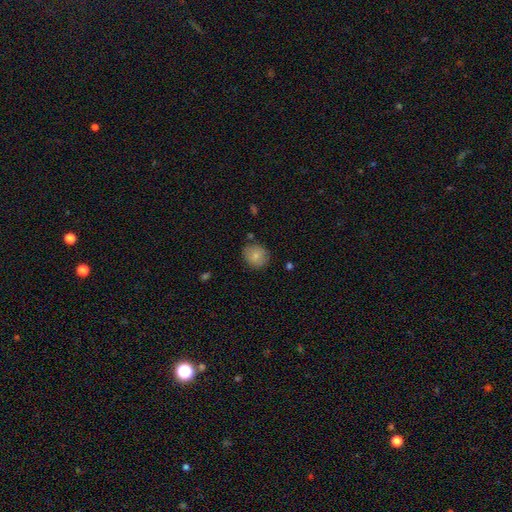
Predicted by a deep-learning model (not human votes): Smooth or featured: smooth — 80% (featured or disk — 12%)
How rounded: round — 81% (in between — 18%)
Merging: none — 81% (minor disturbance — 14%)